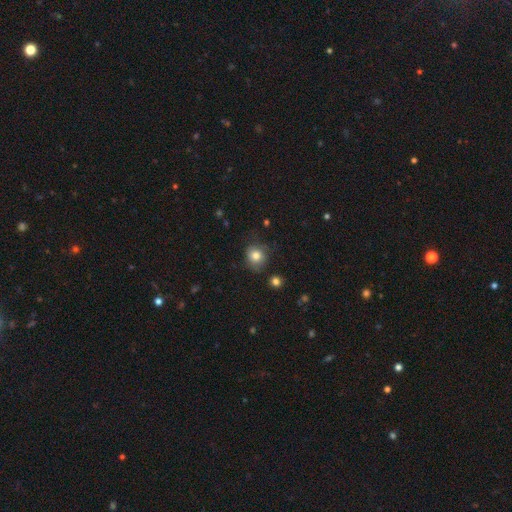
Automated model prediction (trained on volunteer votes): smooth_or_featured: smooth (p=0.81) [alt: star or artifact p=0.11]
how_rounded: round (p=0.81) [alt: in between p=0.18]
merging: none (p=0.73) [alt: minor disturbance p=0.20]